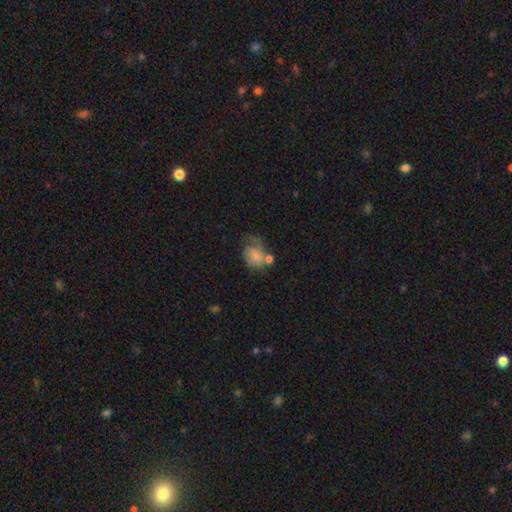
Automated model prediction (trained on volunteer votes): A smooth galaxy with no disk features (64%) that is in between round and cigar-shaped (65%).

Vote fractions:
- Smooth or featured? smooth: 64% / featured or disk: 27% / star or artifact: 10%
- How rounded? in between: 65% / round: 34% / cigar-shaped: 1%
- Merging? none: 29% / major disturbance: 28% / minor disturbance: 25% / merger: 18%